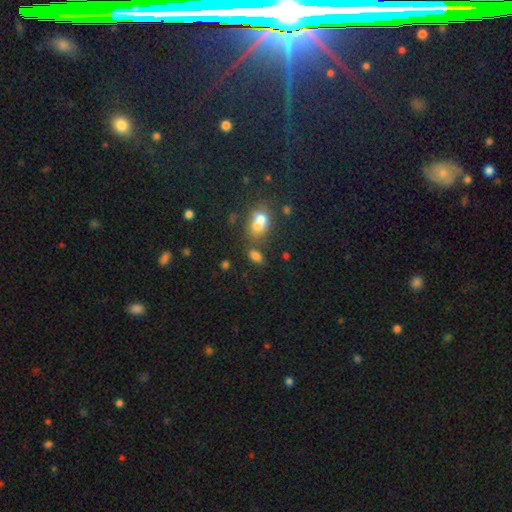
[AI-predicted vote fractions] This is likely a smooth galaxy (69%). How rounded: likely in between (77%). Merging: possibly none (49%).